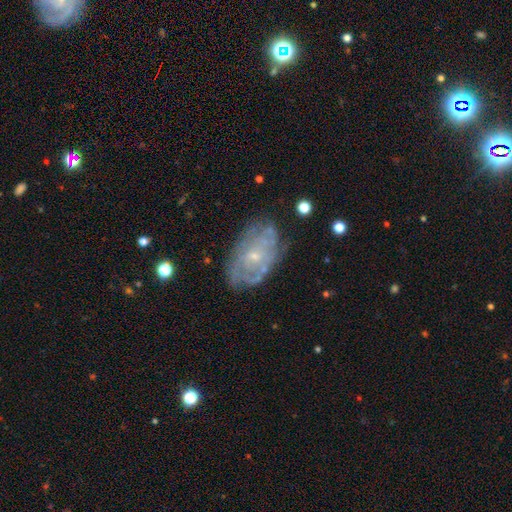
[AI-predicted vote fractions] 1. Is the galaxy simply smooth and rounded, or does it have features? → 73% featured or disk, 20% smooth, 8% star or artifact.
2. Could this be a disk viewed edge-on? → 95% no, 5% yes.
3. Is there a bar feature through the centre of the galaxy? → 78% no, 19% weak, 3% strong.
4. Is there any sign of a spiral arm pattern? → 67% yes, 33% no.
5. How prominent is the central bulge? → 73% small, 22% moderate, 3% none, 1% large, 1% dominant.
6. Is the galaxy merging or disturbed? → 68% none, 21% minor disturbance, 9% major disturbance, 2% merger.